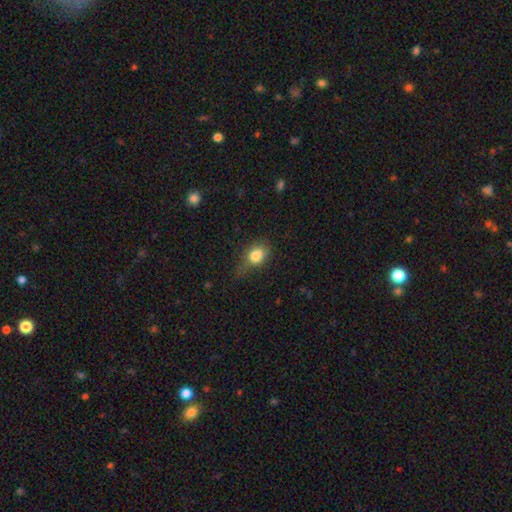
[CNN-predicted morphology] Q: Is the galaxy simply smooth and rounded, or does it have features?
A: smooth — 81%.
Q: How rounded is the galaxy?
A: in between — 71%.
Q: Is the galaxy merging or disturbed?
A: none — 43%.